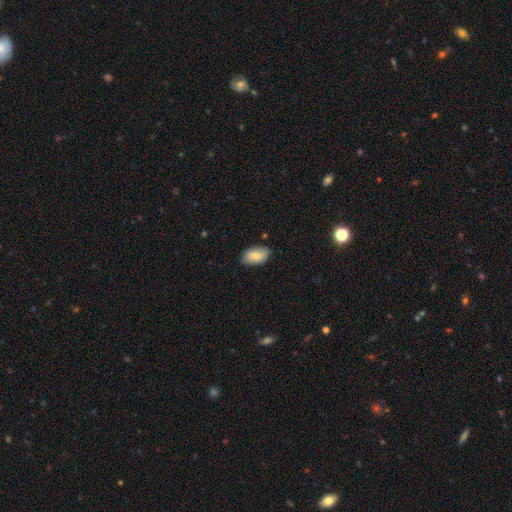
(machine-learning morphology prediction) Q: Smooth or featured?
A: smooth (80%); runner-up: featured or disk (13%)
Q: How rounded?
A: in between (94%); runner-up: round (4%)
Q: Merging?
A: none (79%); runner-up: minor disturbance (17%)